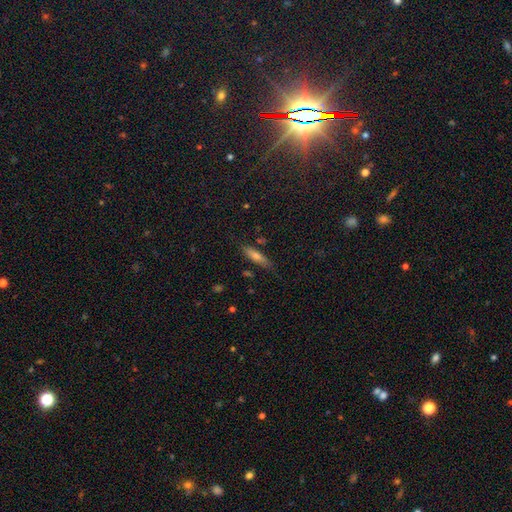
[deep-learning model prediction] smooth_or_featured: smooth (p=0.57) [alt: featured or disk p=0.32]
how_rounded: cigar-shaped (p=0.72) [alt: in between p=0.25]
merging: none (p=0.80) [alt: minor disturbance p=0.15]